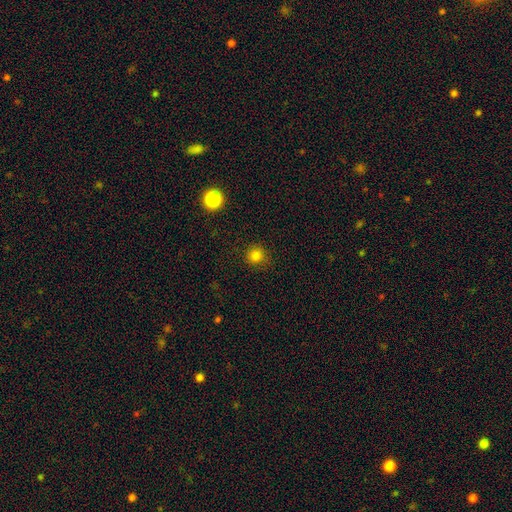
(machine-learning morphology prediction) Smooth or featured: smooth — 81% (star or artifact — 15%)
How rounded: round — 92% (in between — 7%)
Merging: none — 88% (minor disturbance — 9%)